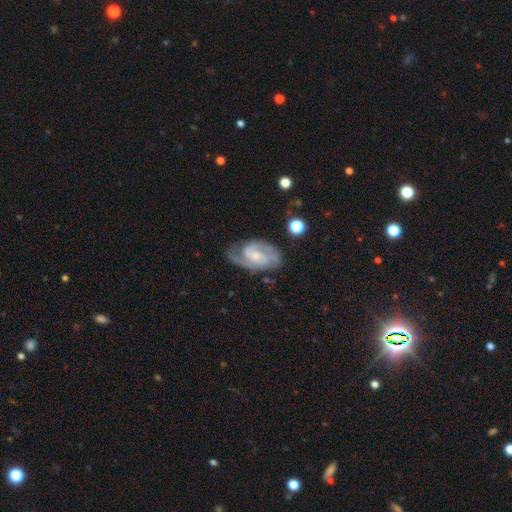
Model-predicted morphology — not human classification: The model was most divided on "spiral winding": medium: 46%, tight: 42%, loose: 12%. Remaining: edge-on disk — no (97%); spiral arms — yes (96%); smooth or featured — featured or disk (84%); spiral arm count — 2 (71%); merging — none (69%); bulge size — small (59%); bar — no (48%).